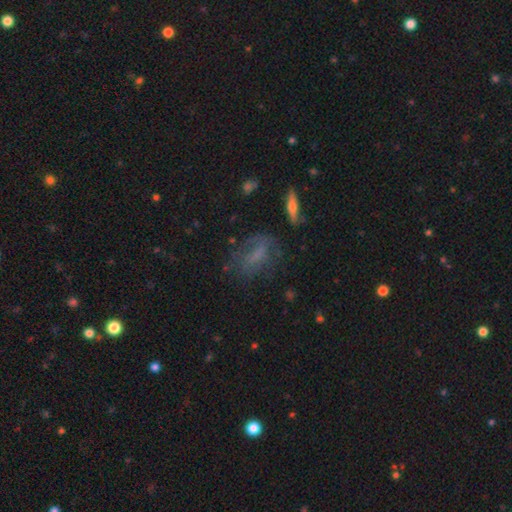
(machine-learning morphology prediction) type=smooth (45%); merging=none (52%).